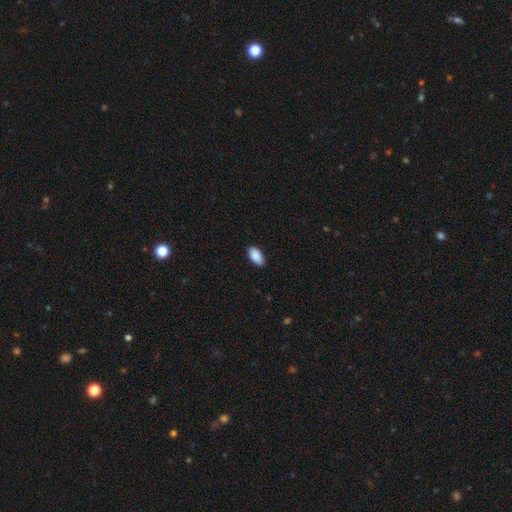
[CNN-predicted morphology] A smooth galaxy with no disk features (90%) that is in between round and cigar-shaped (94%). Merging: none (87%).